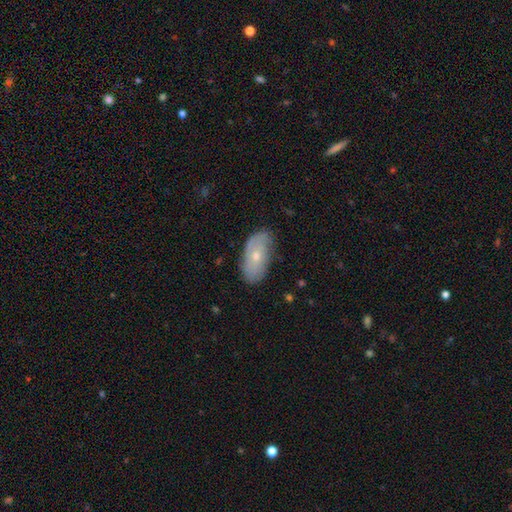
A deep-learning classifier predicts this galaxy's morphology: smooth_or_featured: smooth (p=0.50) [alt: featured or disk p=0.43]
merging: none (p=0.74) [alt: minor disturbance p=0.21]